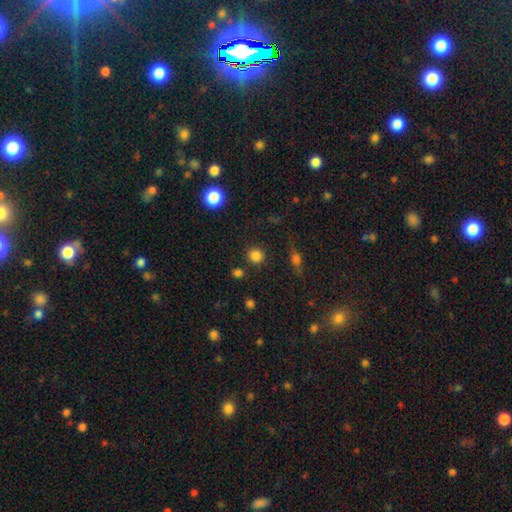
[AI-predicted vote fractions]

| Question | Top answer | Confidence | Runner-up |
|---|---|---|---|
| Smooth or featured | smooth | 83% | star or artifact (12%) |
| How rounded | round | 91% | in between (8%) |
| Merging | none | 86% | minor disturbance (7%) |